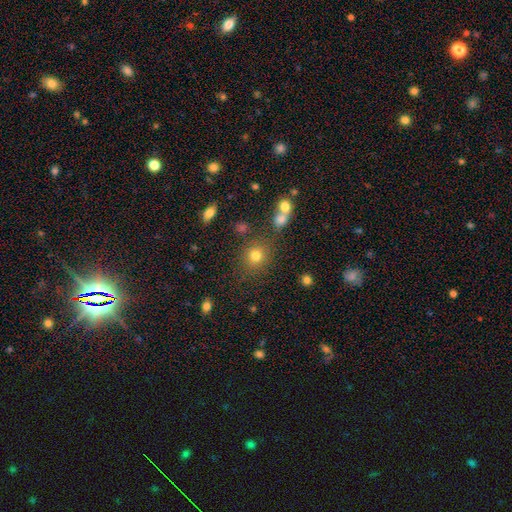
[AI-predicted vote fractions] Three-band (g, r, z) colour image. It shows a smooth galaxy with no disk features (76%) that is round (83%). Merging: none (78%).